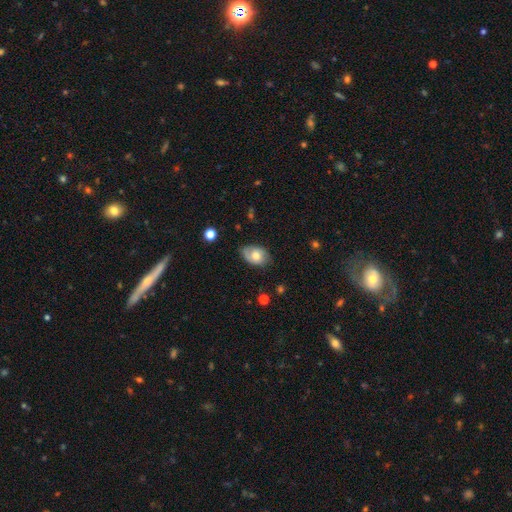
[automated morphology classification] smooth 56%, featured or disk 36%, star or artifact 8%. Down the decision tree: how rounded — in between (82%); merging — none (67%).